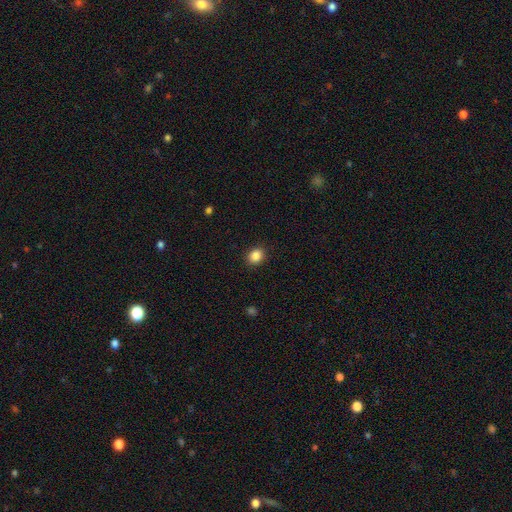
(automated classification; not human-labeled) A smooth galaxy with no disk features (86%) that is round (65%).

Vote fractions:
- Smooth or featured? smooth: 86% / star or artifact: 10% / featured or disk: 4%
- How rounded? round: 65% / in between: 35% / cigar-shaped: 1%
- Merging? none: 90% / minor disturbance: 7% / major disturbance: 2% / merger: 1%